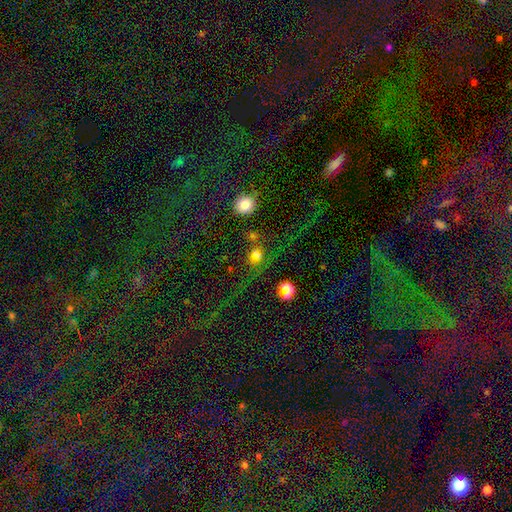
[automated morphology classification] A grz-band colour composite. It shows a smooth galaxy with no disk features (70%) that is round (76%). Merging: none (59%).